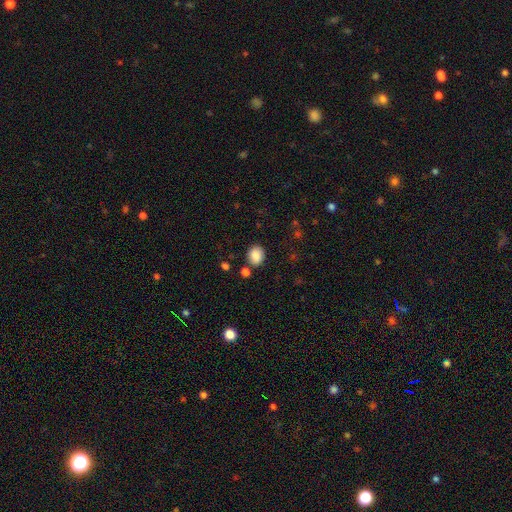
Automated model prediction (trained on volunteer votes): Smooth or featured?
  - smooth: 86% *
  - star or artifact: 9%
  - featured or disk: 5%
How rounded?
  - round: 54% *
  - in between: 45%
  - cigar-shaped: 1%
Merging?
  - none: 79% *
  - minor disturbance: 12%
  - merger: 6%
  - major disturbance: 3%